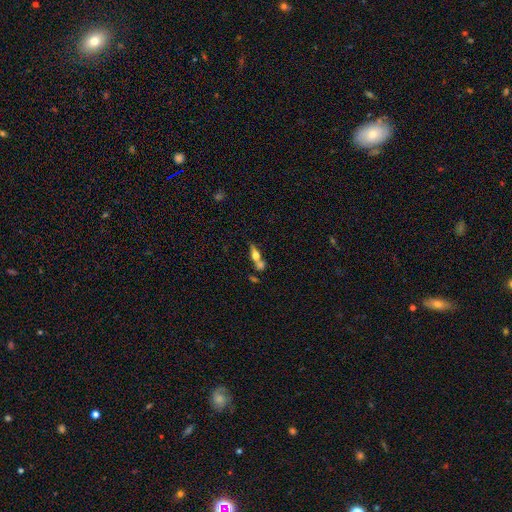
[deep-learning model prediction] A smooth galaxy with no disk features (48%).

Vote fractions:
- Smooth or featured? smooth: 48% / featured or disk: 42% / star or artifact: 9%
- Merging? merger: 44% / none: 39% / minor disturbance: 11% / major disturbance: 6%